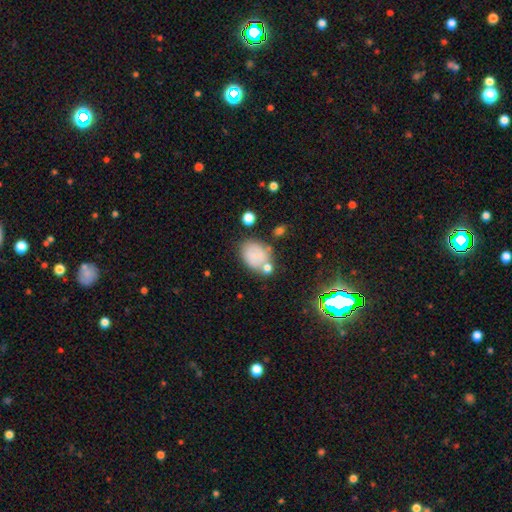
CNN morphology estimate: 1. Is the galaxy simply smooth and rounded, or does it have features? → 74% smooth, 15% featured or disk, 11% star or artifact.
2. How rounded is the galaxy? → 69% in between, 30% round, 1% cigar-shaped.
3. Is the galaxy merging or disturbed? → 53% none, 22% minor disturbance, 17% merger, 9% major disturbance.